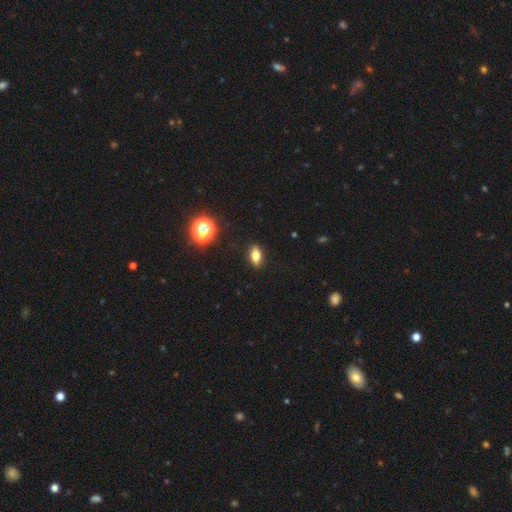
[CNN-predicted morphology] type=smooth (71%); roundness=in between (78%); merging=none (88%).